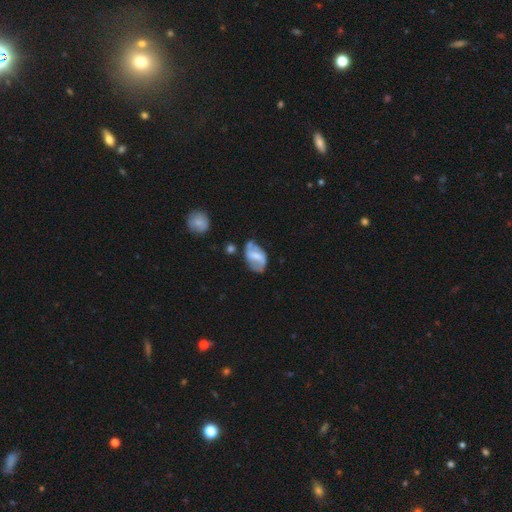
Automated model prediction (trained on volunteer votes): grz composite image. It shows a featured or disk galaxy (60%) with a weak bar (41%), spiral arms (66%) and a small central bulge (31%, tied with none). Merging: none (47%).